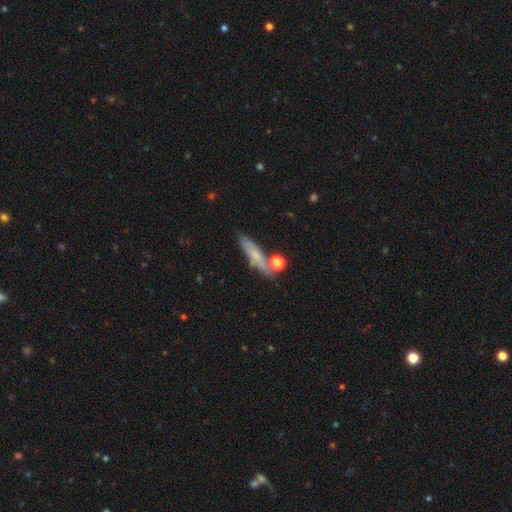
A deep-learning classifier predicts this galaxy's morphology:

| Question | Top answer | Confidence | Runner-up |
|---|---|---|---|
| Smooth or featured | smooth | 59% | featured or disk (31%) |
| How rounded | cigar-shaped | 74% | in between (20%) |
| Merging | none | 68% | minor disturbance (17%) |